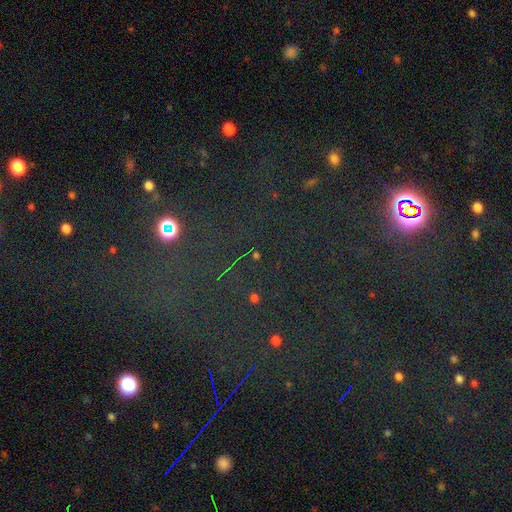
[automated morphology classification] smooth-or-featured: star or artifact: 76% | smooth: 16% | featured or disk: 8%